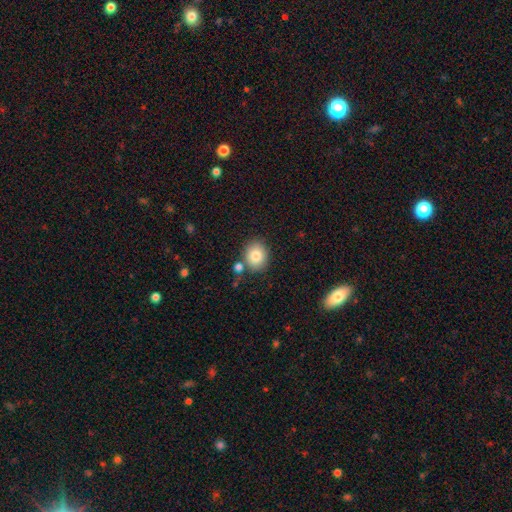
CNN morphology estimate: smooth 83%, star or artifact 9%, featured or disk 9%. Down the decision tree: how rounded — round (65%); merging — none (76%).